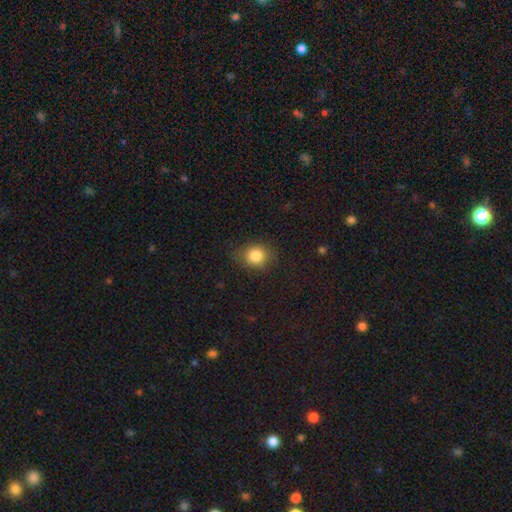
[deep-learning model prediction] Morphology: type=smooth (84%); roundness=round (69%); merging=none (78%).